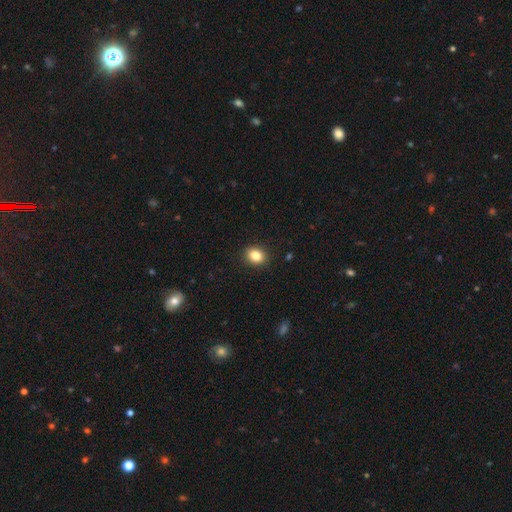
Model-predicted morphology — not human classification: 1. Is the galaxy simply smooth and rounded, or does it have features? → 85% smooth, 10% star or artifact, 5% featured or disk.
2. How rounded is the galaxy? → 50% round, 49% in between, 1% cigar-shaped.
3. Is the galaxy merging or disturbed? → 90% none, 7% minor disturbance, 2% major disturbance, 1% merger.